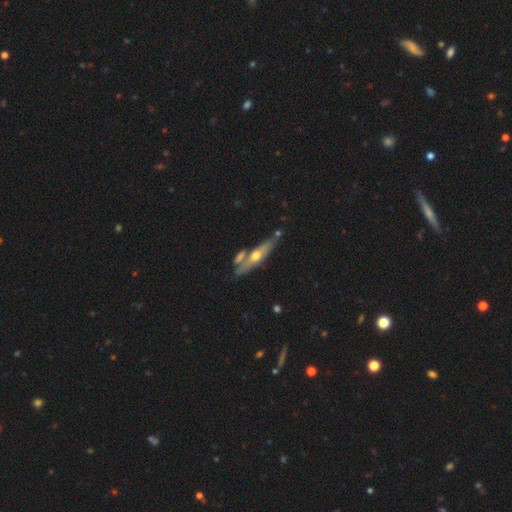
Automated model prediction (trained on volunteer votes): Smooth or featured: featured or disk — 65% (smooth — 29%)
Edge-on disk: yes — 82% (no — 18%)
Edge-on bulge: rounded — 91% (none — 6%)
Merging: none — 60% (merger — 20%)